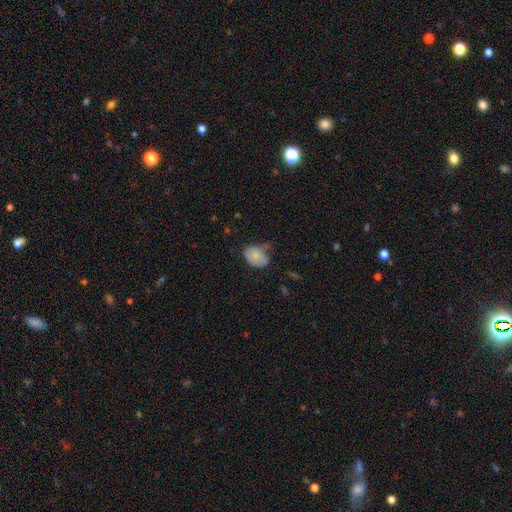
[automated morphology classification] type=smooth (78%); roundness=in between (76%); merging=none (51%).